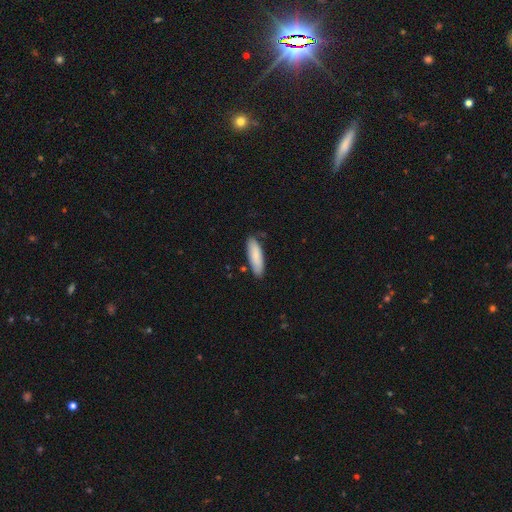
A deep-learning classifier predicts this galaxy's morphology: Overall: smooth (85%). How rounded: cigar-shaped (52%; in between 47%). Merging: none (83%).